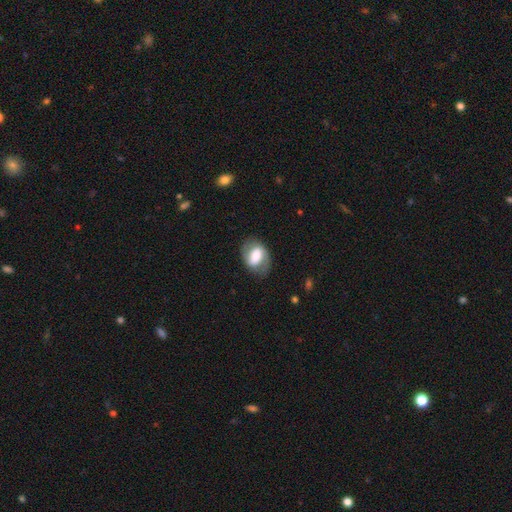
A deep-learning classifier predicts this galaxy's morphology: Q: Smooth or featured?
A: featured or disk (50%); runner-up: smooth (43%)
Q: Merging?
A: none (76%); runner-up: minor disturbance (15%)